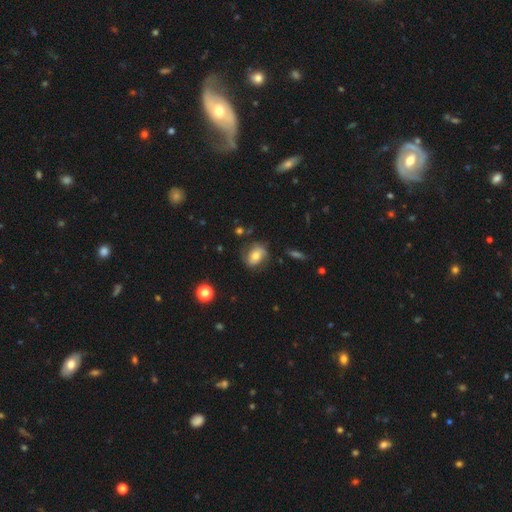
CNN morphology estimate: A smooth galaxy with no disk features (57%) that is in between round and cigar-shaped (68%). Merging: none (66%).